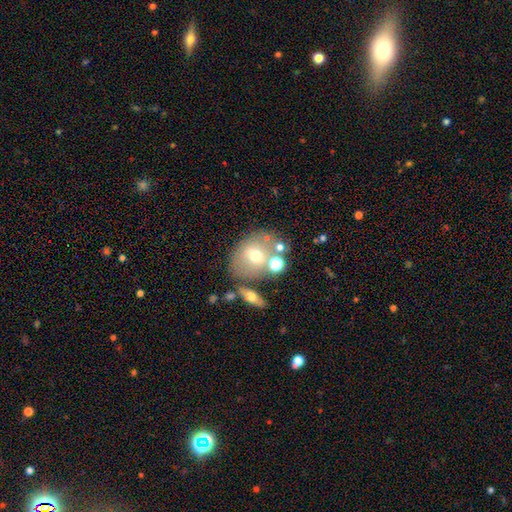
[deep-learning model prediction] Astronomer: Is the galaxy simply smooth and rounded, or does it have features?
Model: smooth — 55% (runner-up: featured or disk, 32%).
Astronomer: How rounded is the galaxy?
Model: round — 52% (runner-up: in between, 47%).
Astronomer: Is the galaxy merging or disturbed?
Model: none — 56%.